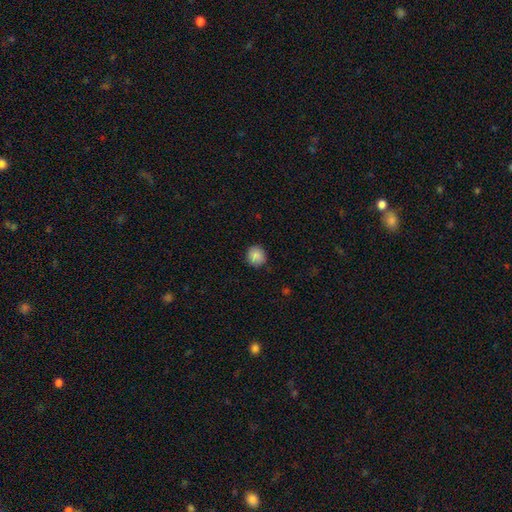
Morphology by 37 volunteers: Q: Smooth or featured?
A: smooth (86%); runner-up: featured or disk (8%)
Q: How rounded?
A: round (100%)
Q: Merging?
A: none (89%); runner-up: minor disturbance (9%)